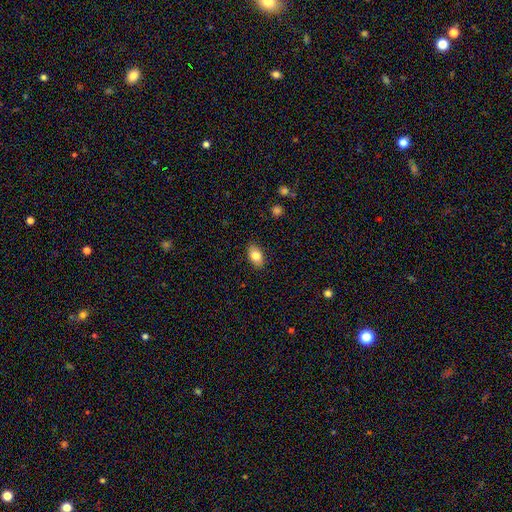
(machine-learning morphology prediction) This appears to be a smooth galaxy with no disk features (82%) that is in between round and cigar-shaped (86%). Merging: none (87%).